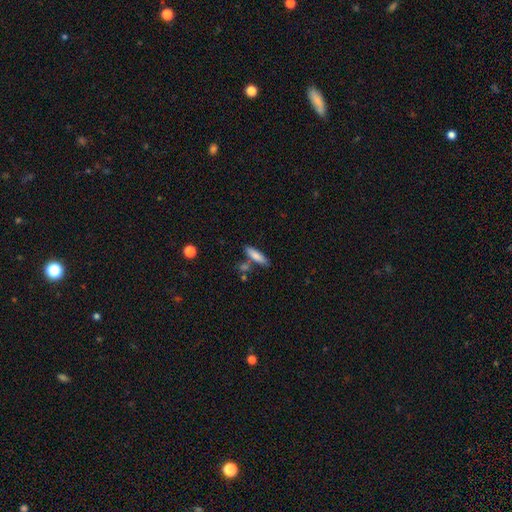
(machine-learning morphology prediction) type=smooth (79%); roundness=cigar-shaped (69%); merging=none (73%).